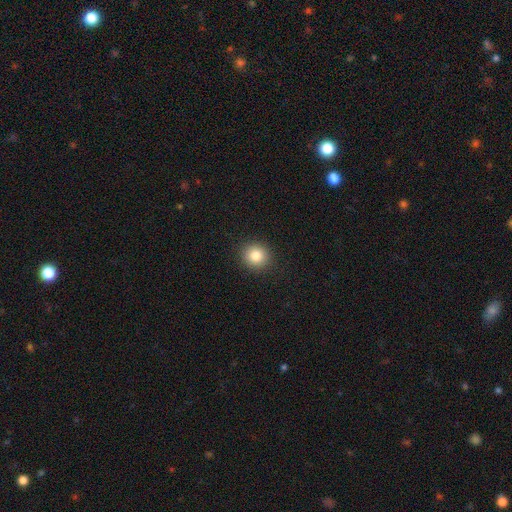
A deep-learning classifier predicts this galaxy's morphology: smooth_or_featured: smooth (p=0.83) [alt: star or artifact p=0.11]
how_rounded: round (p=0.91) [alt: in between p=0.08]
merging: none (p=0.92) [alt: minor disturbance p=0.05]